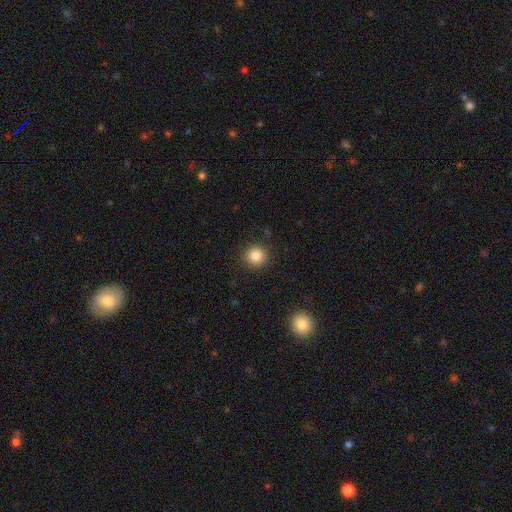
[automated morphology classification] Smooth or featured? smooth (84%)
How rounded? round (93%)
Merging? none (90%)